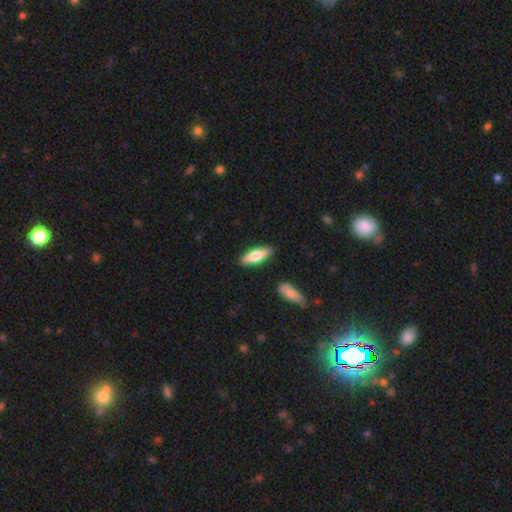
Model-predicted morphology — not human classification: Smooth or featured: smooth — 66% (featured or disk — 28%)
How rounded: in between — 49% (tied with cigar-shaped — 49%)
Merging: none — 86% (minor disturbance — 9%)